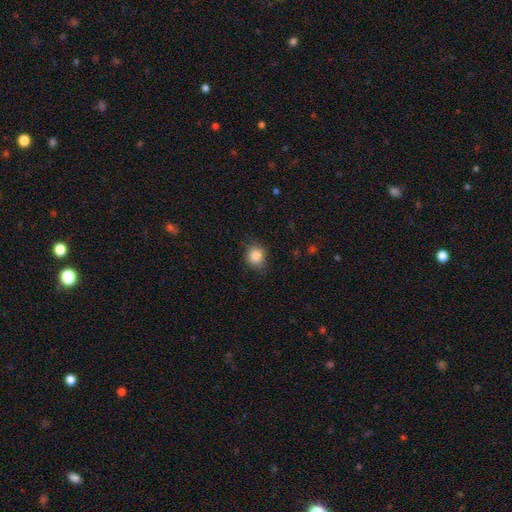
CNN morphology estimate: Smooth or featured?
  - smooth: 85% *
  - star or artifact: 10%
  - featured or disk: 6%
How rounded?
  - round: 71% *
  - in between: 28%
  - cigar-shaped: 1%
Merging?
  - none: 77% *
  - minor disturbance: 18%
  - major disturbance: 4%
  - merger: 1%